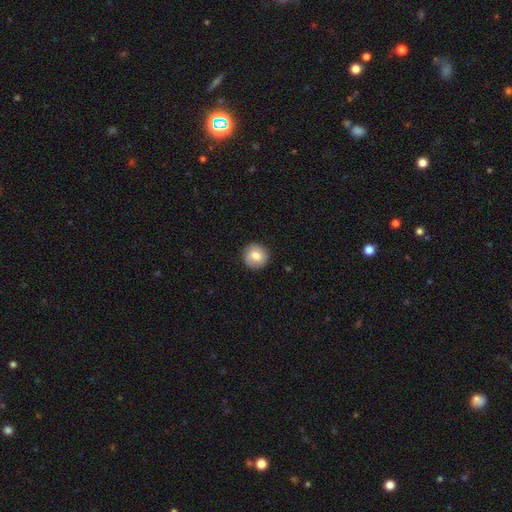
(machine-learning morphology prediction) Smooth or featured? smooth (75%)
How rounded? round (94%)
Merging? none (89%)